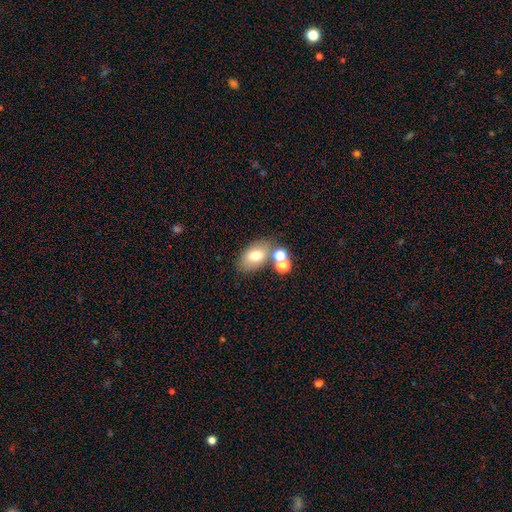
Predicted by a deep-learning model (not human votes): Morphology: type=smooth (71%); roundness=in between (84%); merging=none (60%).